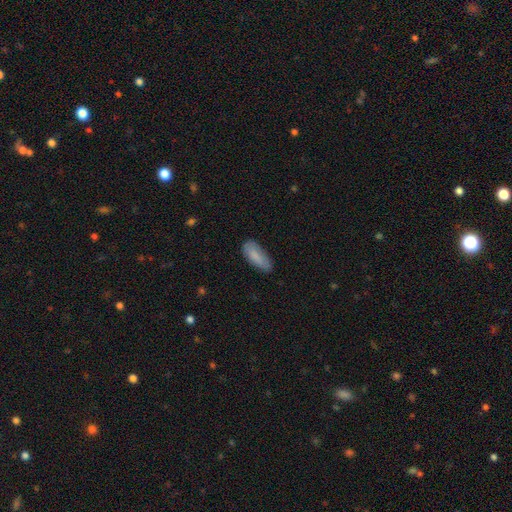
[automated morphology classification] Smooth or featured: smooth — 83% (featured or disk — 11%)
How rounded: in between — 78% (cigar-shaped — 20%)
Merging: none — 73% (minor disturbance — 22%)